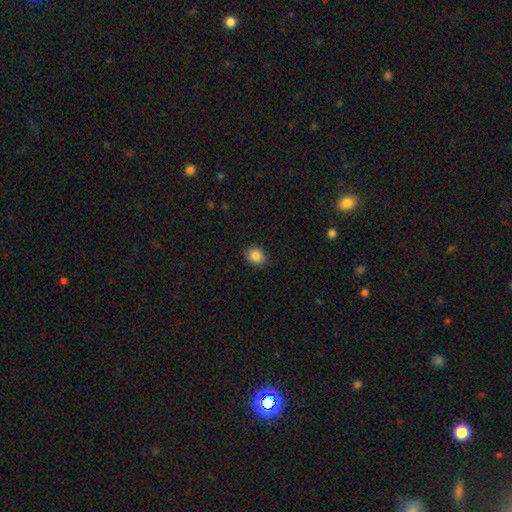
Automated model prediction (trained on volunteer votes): This appears to be a smooth galaxy with no disk features (85%) that is round (73%). Merging: none (88%).